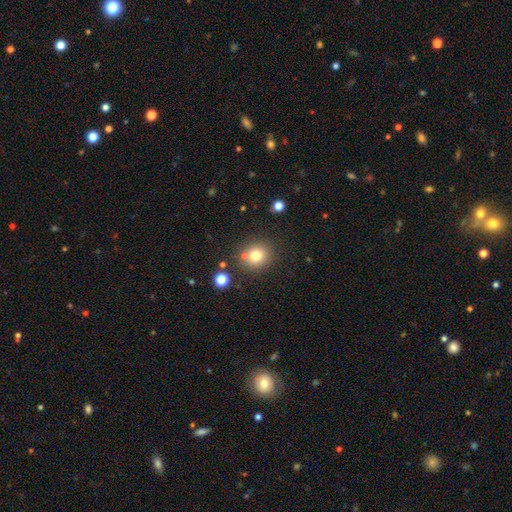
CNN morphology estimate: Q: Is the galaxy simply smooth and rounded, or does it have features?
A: smooth — 77%.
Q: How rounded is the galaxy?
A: round — 85%.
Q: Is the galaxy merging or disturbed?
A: none — 77%.